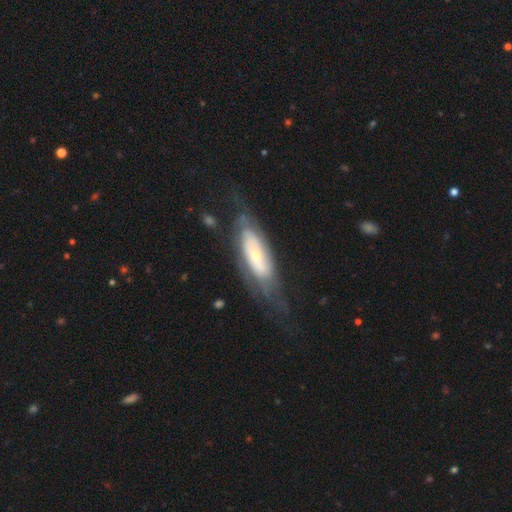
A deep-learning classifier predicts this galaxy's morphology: Q: Smooth or featured?
A: featured or disk (68%); runner-up: smooth (25%)
Q: Edge-on disk?
A: no (81%); runner-up: yes (19%)
Q: Bar?
A: no (70%); runner-up: weak (21%)
Q: Spiral arms?
A: yes (72%); runner-up: no (28%)
Q: Bulge size?
A: small (57%); runner-up: moderate (35%)
Q: Merging?
A: none (58%); runner-up: minor disturbance (22%)